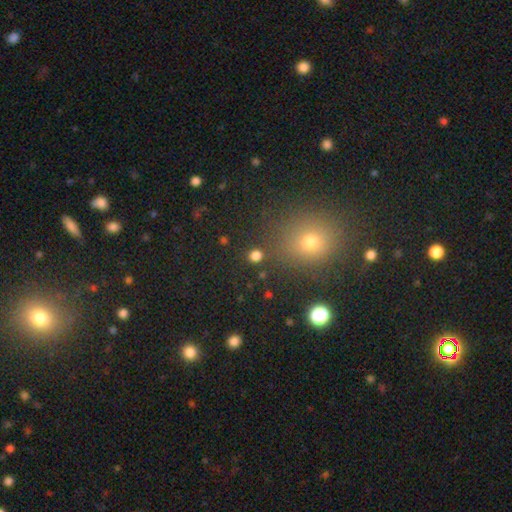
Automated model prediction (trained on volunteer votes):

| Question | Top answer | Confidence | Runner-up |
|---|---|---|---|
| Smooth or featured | smooth | 79% | star or artifact (17%) |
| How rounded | round | 86% | in between (13%) |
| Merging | none | 87% | minor disturbance (6%) |